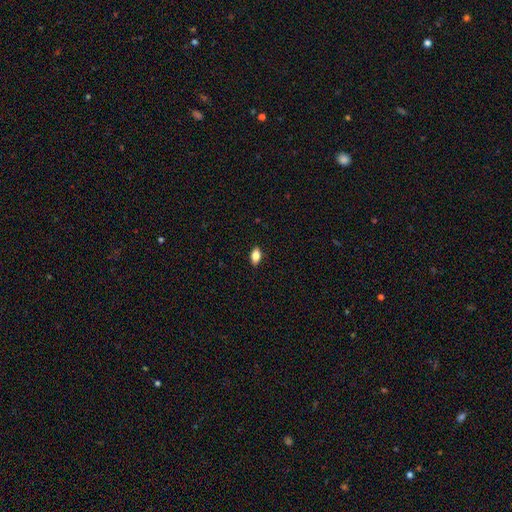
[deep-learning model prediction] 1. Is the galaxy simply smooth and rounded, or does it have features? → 82% smooth, 10% featured or disk, 8% star or artifact.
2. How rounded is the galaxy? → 89% in between, 6% round, 5% cigar-shaped.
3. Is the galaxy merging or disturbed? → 88% none, 9% minor disturbance, 2% major disturbance, 1% merger.